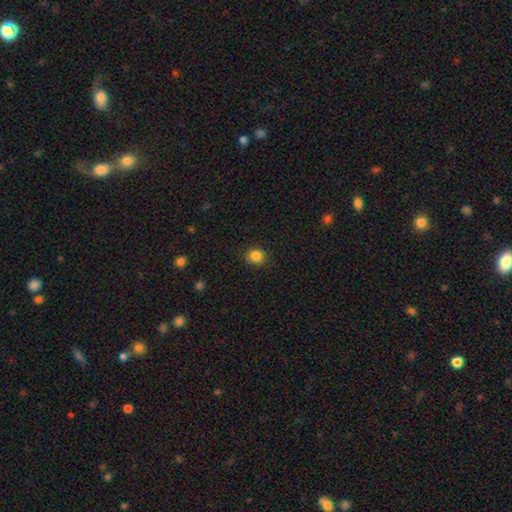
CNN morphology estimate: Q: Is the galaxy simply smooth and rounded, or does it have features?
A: smooth — 85%.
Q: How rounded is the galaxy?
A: round — 84%.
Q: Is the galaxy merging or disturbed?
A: none — 87%.